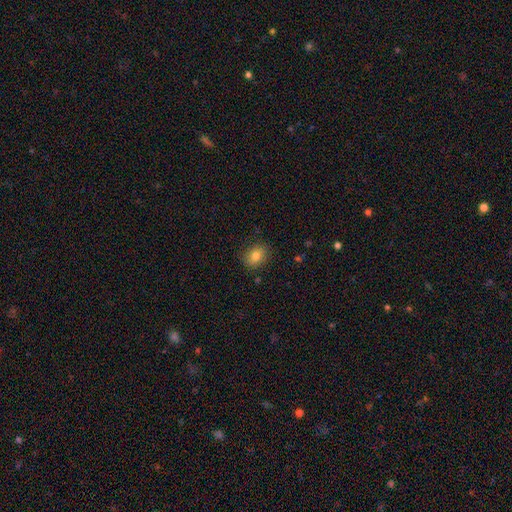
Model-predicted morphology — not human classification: The model was most divided on "how rounded": in between: 50%, round: 49%, cigar-shaped: 1%. More confident: merging — none (85%); smooth or featured — smooth (80%).